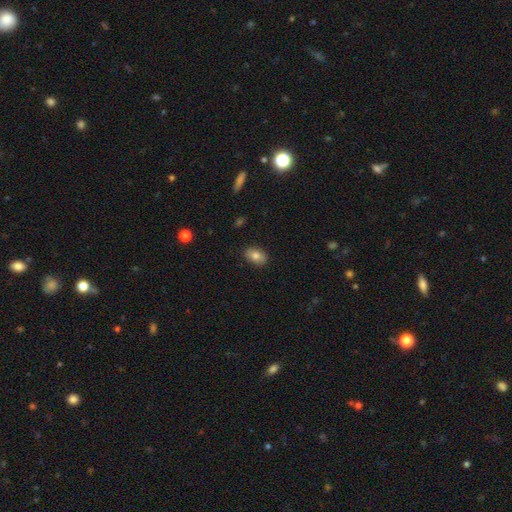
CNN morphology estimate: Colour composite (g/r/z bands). It shows a smooth galaxy with no disk features (78%) that is in between round and cigar-shaped (88%). Merging: none (87%).